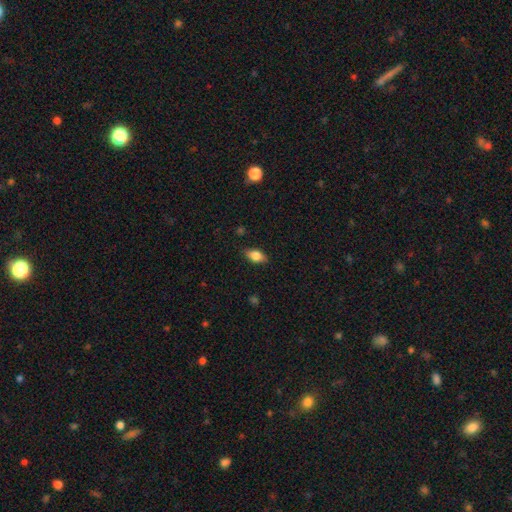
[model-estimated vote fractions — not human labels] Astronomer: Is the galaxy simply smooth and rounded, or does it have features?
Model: smooth — 80%.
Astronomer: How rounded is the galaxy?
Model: in between — 87%.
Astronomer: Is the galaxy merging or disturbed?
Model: none — 84%.